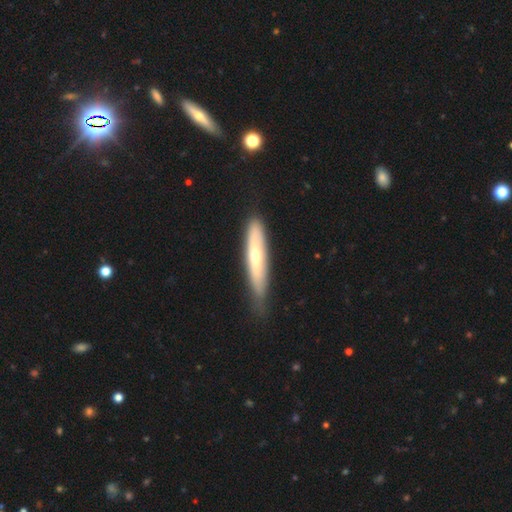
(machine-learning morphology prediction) Smooth or featured? smooth (50%)
How rounded? cigar-shaped (85%)
Merging? none (69%)